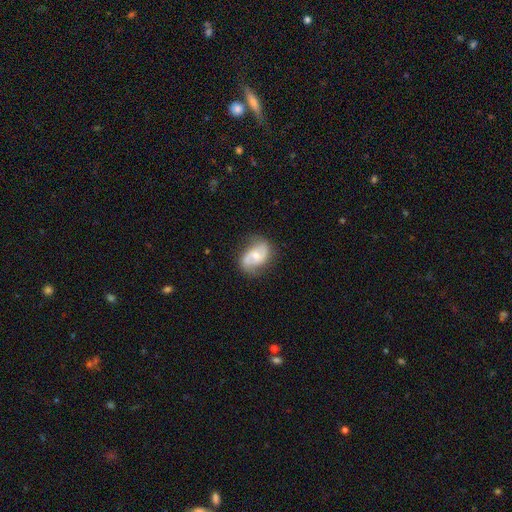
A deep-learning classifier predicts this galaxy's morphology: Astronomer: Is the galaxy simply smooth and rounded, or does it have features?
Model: featured or disk — 73%.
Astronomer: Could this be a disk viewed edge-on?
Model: no — 97%.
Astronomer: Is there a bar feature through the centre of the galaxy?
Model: no — 54% (runner-up: weak, 38%).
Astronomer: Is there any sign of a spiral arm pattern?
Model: yes — 92%.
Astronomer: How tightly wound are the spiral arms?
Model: medium — 44% (runner-up: loose, 40%).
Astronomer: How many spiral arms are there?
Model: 2 — 88%.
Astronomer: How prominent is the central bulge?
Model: moderate — 48% (runner-up: small, 42%).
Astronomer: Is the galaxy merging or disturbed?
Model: none — 69%.